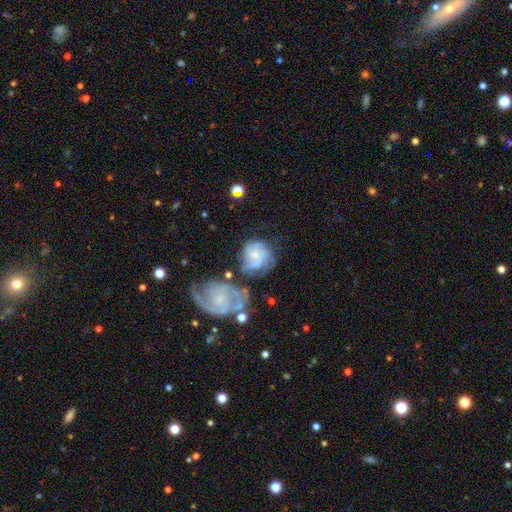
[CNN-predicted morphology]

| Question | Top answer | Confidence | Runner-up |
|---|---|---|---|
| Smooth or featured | featured or disk | 66% | smooth (25%) |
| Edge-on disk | no | 97% | yes (3%) |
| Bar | no | 72% | weak (24%) |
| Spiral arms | yes | 82% | no (18%) |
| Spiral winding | tight | 51% | medium (35%) |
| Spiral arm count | can't tell | 41% | 3 (25%) |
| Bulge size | small | 54% | moderate (29%) |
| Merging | none | 43% | minor disturbance (20%) |